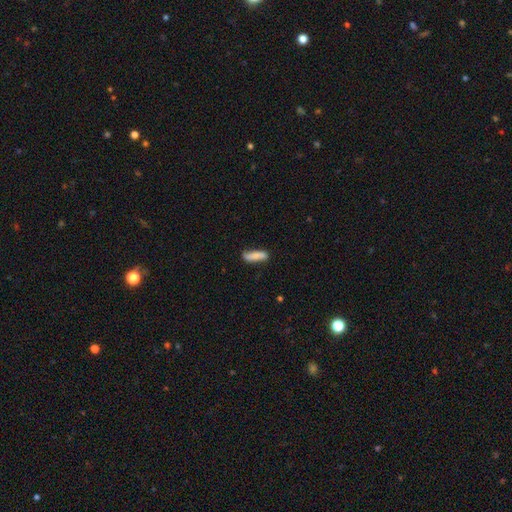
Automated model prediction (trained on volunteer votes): Q: Smooth or featured?
A: smooth (69%); runner-up: featured or disk (24%)
Q: How rounded?
A: cigar-shaped (55%); runner-up: in between (43%)
Q: Merging?
A: none (70%); runner-up: minor disturbance (22%)